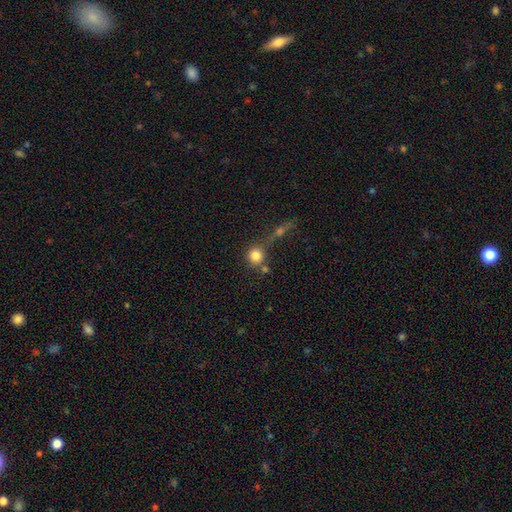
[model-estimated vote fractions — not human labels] smooth-or-featured: smooth: 80% | star or artifact: 11% | featured or disk: 9%
  how-rounded: round: 90% | in between: 8% | cigar-shaped: 2%
  merging: none: 56% | merger: 28% | minor disturbance: 10% | major disturbance: 6%